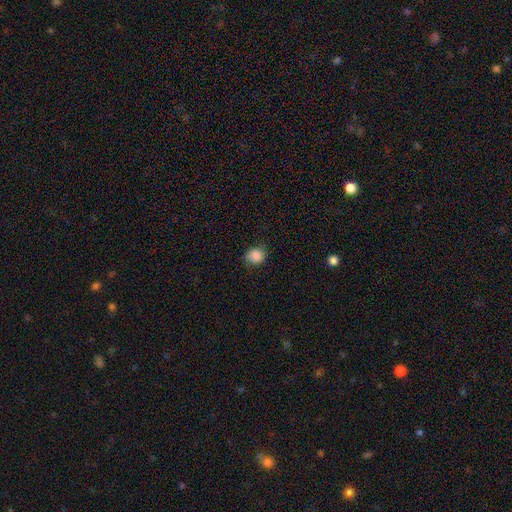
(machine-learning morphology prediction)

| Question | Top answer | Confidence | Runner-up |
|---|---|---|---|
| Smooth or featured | smooth | 87% | star or artifact (10%) |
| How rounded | round | 78% | in between (21%) |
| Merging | none | 79% | minor disturbance (16%) |